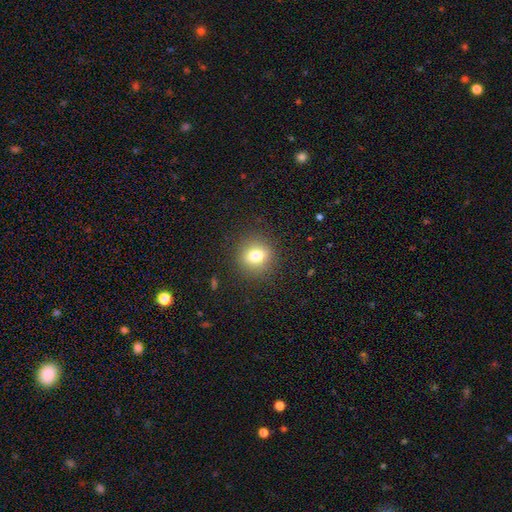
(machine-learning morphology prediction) smooth 76%, star or artifact 12%, featured or disk 12%. Down the decision tree: how rounded — round (78%); merging — none (88%).